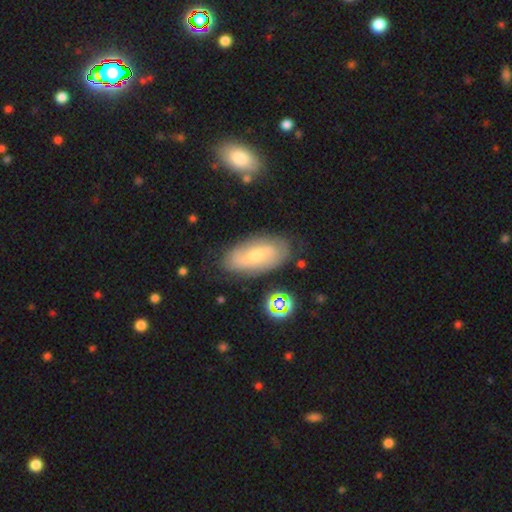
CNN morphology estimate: A featured or disk galaxy (60%) with a weak bar (44%), spiral arms (81%) and a small central bulge (50%). Merging: none (80%).